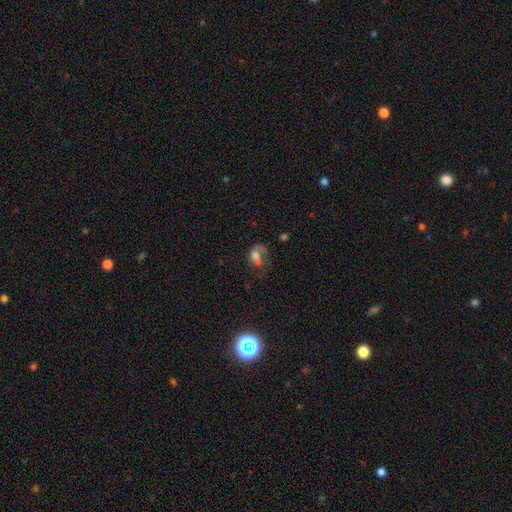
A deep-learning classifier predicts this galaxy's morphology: Smooth or featured? smooth (52%)
How rounded? in between (71%)
Merging? major disturbance (42%)